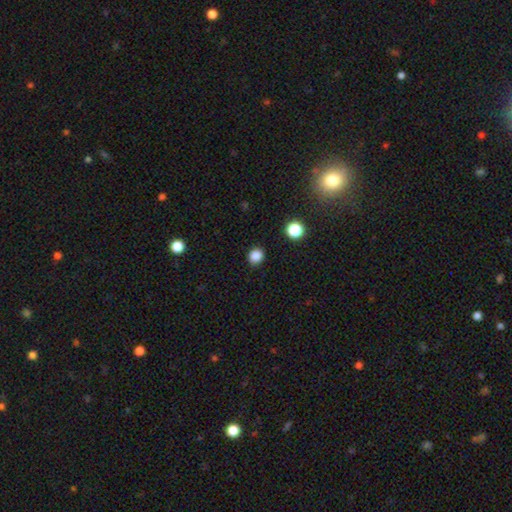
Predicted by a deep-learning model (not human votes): This is clearly a smooth galaxy (85%). How rounded: likely round (75%). Merging: clearly none (87%).